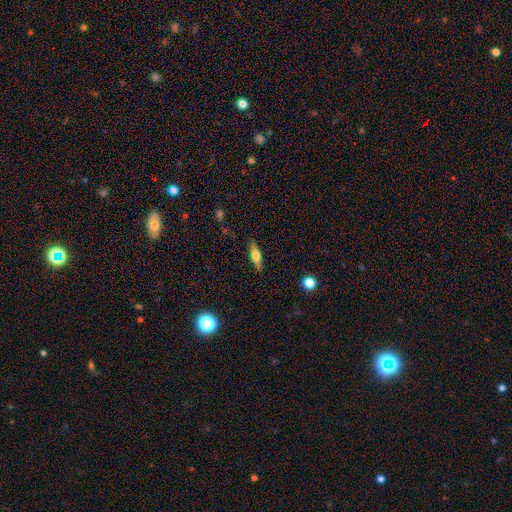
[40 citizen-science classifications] A featured or disk galaxy (52%) viewed edge-on (95%) with a rounded central bulge (85%).

Vote fractions:
- Smooth or featured? featured or disk: 52% / smooth: 40% / star or artifact: 8%
- Edge-on disk? yes: 95% / no: 5%
- Edge-on bulge? rounded: 85% / boxy: 15% / none: 0%
- Merging? none: 97% / minor disturbance: 3% / major disturbance: 0% / merger: 0%